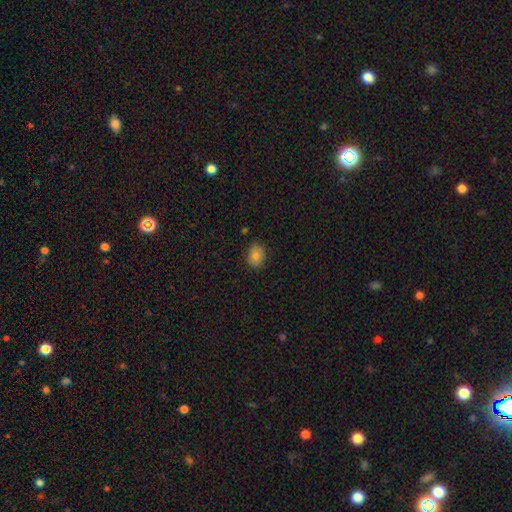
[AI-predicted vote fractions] Smooth or featured?
  - smooth: 81% *
  - star or artifact: 11%
  - featured or disk: 9%
How rounded?
  - in between: 59% *
  - round: 40%
  - cigar-shaped: 1%
Merging?
  - none: 84% *
  - minor disturbance: 13%
  - major disturbance: 2%
  - merger: 1%